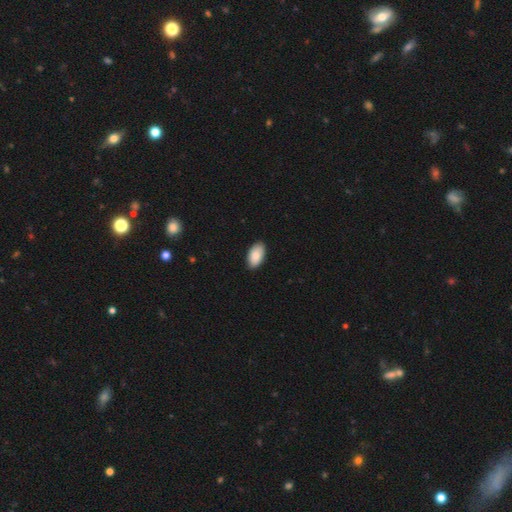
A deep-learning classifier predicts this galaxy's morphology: This appears to be a smooth galaxy with no disk features (87%) that is in between round and cigar-shaped (95%). Merging: none (88%).